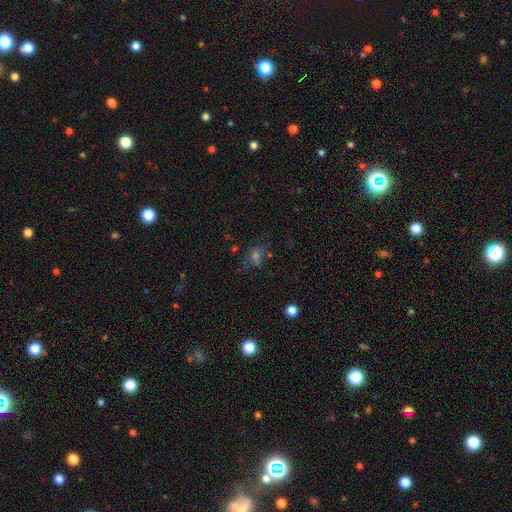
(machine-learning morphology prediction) A smooth galaxy with no disk features (45%).

Vote fractions:
- Smooth or featured? smooth: 45% / star or artifact: 35% / featured or disk: 20%
- Merging? none: 62% / minor disturbance: 20% / major disturbance: 13% / merger: 5%